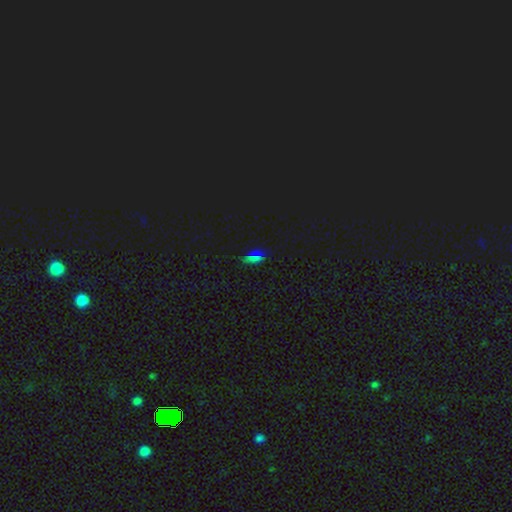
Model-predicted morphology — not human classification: Smooth or featured? star or artifact (46%)